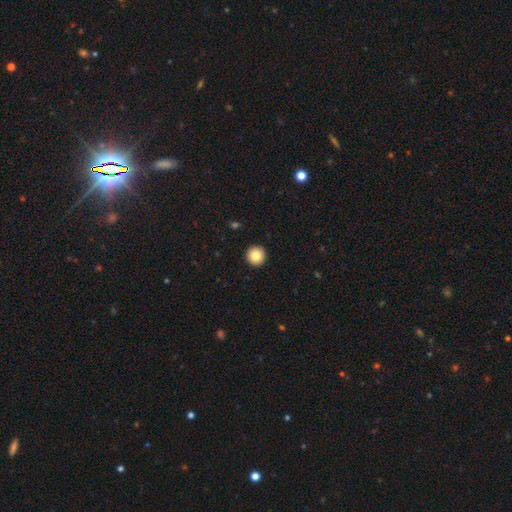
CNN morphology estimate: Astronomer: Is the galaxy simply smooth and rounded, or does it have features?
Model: smooth — 83%.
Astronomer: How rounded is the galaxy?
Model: round — 96%.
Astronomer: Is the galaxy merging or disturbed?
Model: none — 94%.